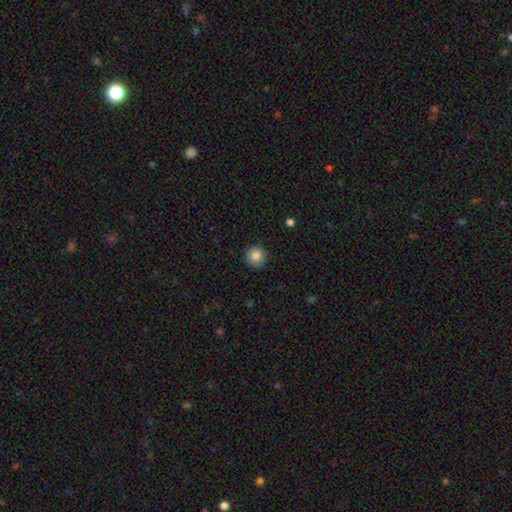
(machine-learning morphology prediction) Smooth or featured?
  - smooth: 86% *
  - star or artifact: 9%
  - featured or disk: 5%
How rounded?
  - round: 94% *
  - in between: 5%
  - cigar-shaped: 1%
Merging?
  - none: 88% *
  - minor disturbance: 9%
  - major disturbance: 2%
  - merger: 1%